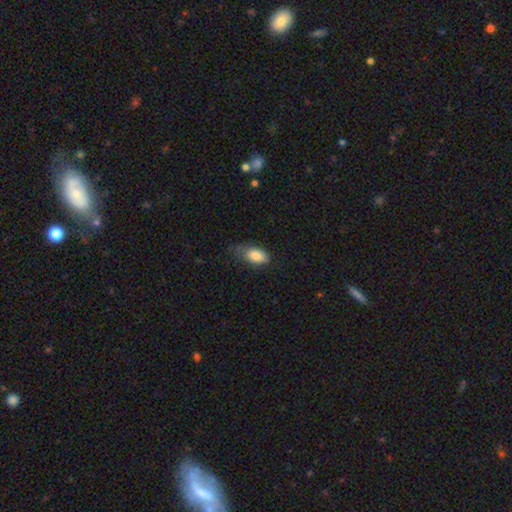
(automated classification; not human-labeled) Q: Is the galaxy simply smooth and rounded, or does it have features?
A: smooth — 82%.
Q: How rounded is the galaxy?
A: in between — 93%.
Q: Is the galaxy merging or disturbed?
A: none — 50%.